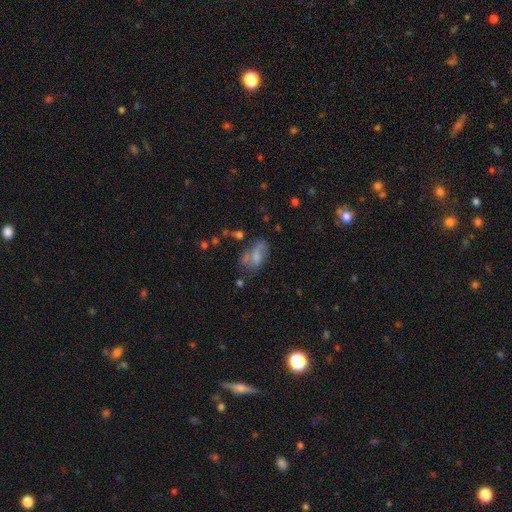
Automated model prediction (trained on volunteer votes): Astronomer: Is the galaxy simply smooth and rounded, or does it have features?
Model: smooth — 58%.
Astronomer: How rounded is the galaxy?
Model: in between — 87%.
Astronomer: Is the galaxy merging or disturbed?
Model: none — 33% (runner-up: minor disturbance, 24%).